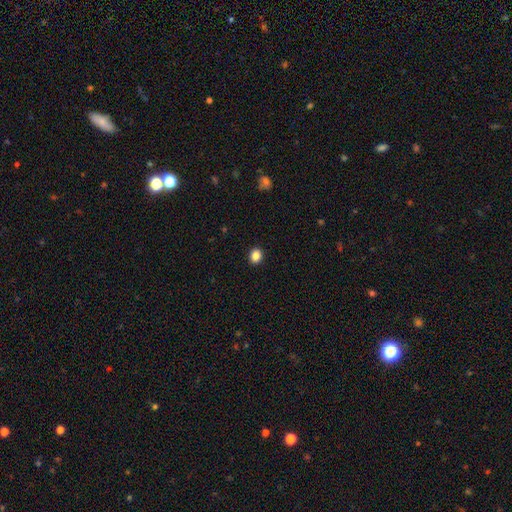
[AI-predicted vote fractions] Smooth or featured? smooth (86%)
How rounded? round (67%)
Merging? none (92%)